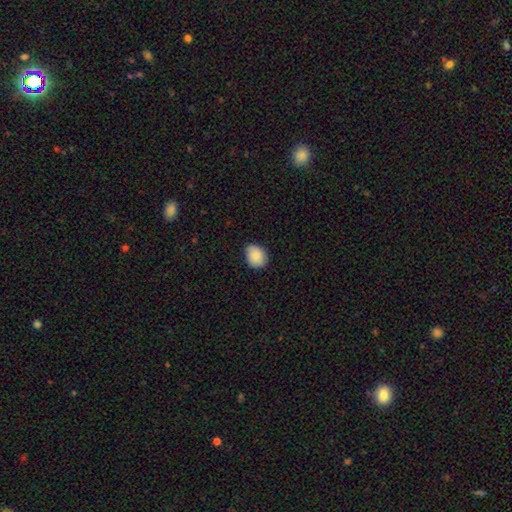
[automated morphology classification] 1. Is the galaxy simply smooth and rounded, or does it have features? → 85% smooth, 8% featured or disk, 7% star or artifact.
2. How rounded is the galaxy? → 50% in between, 49% round, 1% cigar-shaped.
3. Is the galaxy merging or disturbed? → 78% none, 18% minor disturbance, 3% major disturbance, 1% merger.